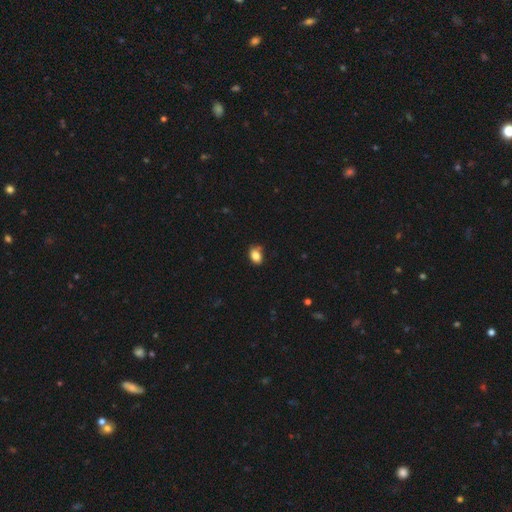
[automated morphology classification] The model was most divided on "how rounded": in between: 74%, round: 25%, cigar-shaped: 1%. More confident: smooth or featured — smooth (84%); merging — none (72%).